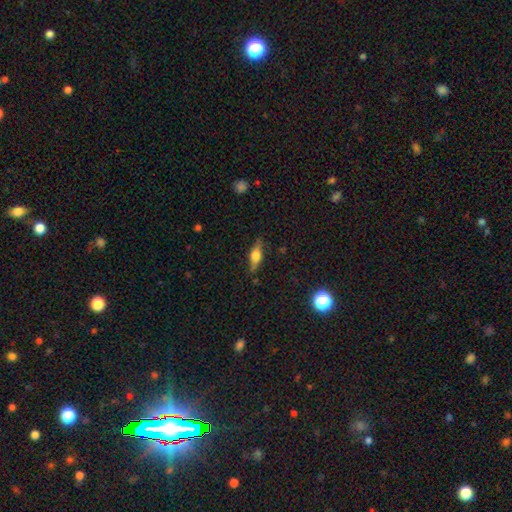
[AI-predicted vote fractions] Smooth or featured: featured or disk — 54% (smooth — 38%)
Edge-on disk: yes — 92% (no — 8%)
Merging: none — 82% (minor disturbance — 14%)